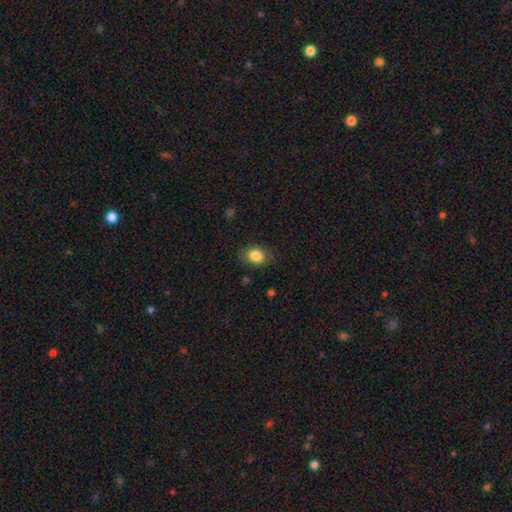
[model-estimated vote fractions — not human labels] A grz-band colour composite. It shows a smooth galaxy with no disk features (85%) that is in between round and cigar-shaped (55%). Merging: none (82%).